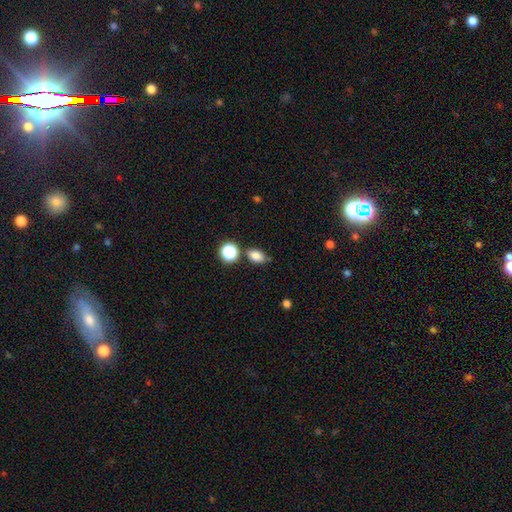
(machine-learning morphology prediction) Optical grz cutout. It shows a smooth galaxy with no disk features (83%) that is in between round and cigar-shaped (78%). Merging: none (70%).